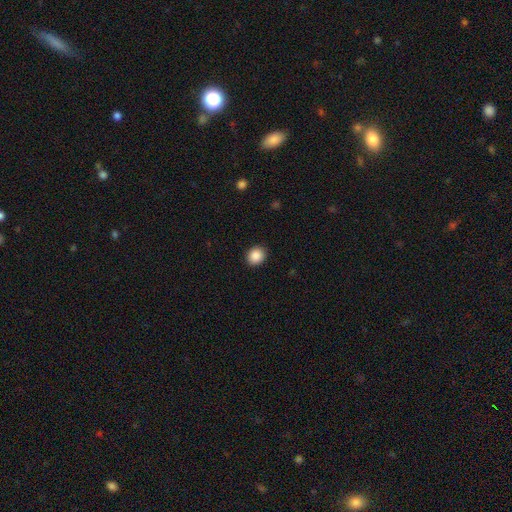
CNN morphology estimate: Smooth or featured: smooth — 88% (star or artifact — 9%)
How rounded: round — 75% (in between — 24%)
Merging: none — 91% (minor disturbance — 6%)